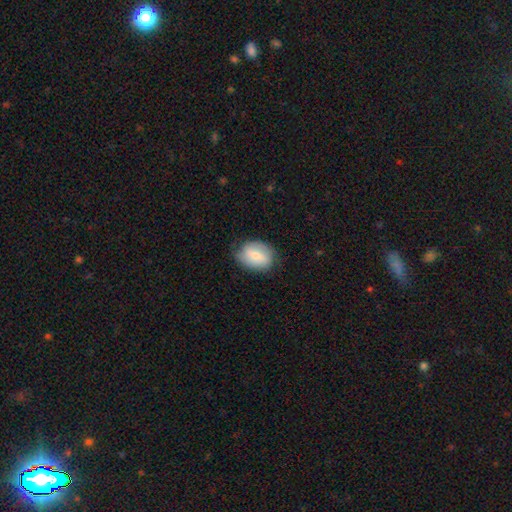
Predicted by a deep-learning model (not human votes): smooth 67%, featured or disk 27%, star or artifact 7%. Down the decision tree: how rounded — in between (68%); merging — none (72%).